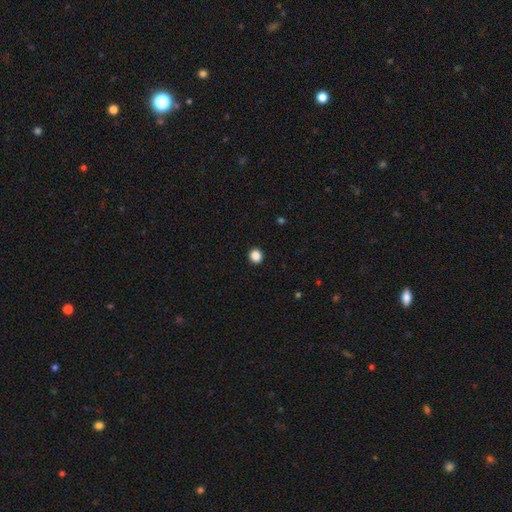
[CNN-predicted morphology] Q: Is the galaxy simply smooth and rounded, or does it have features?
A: smooth — 87%.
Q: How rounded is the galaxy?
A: round — 85%.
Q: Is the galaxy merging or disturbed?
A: none — 93%.